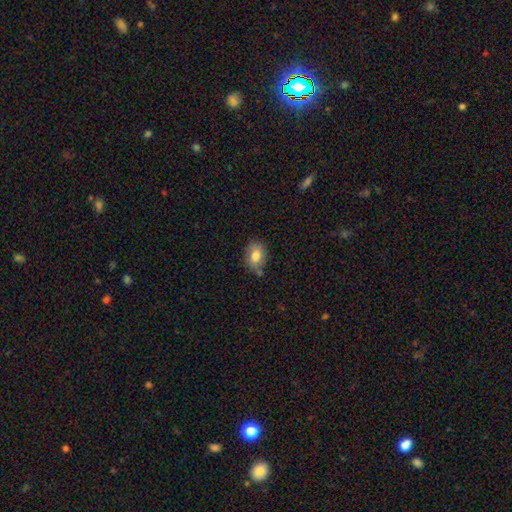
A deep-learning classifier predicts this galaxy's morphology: Smooth or featured?
  - smooth: 81% *
  - featured or disk: 11%
  - star or artifact: 8%
How rounded?
  - in between: 68% *
  - round: 30%
  - cigar-shaped: 1%
Merging?
  - none: 73% *
  - minor disturbance: 18%
  - merger: 6%
  - major disturbance: 3%